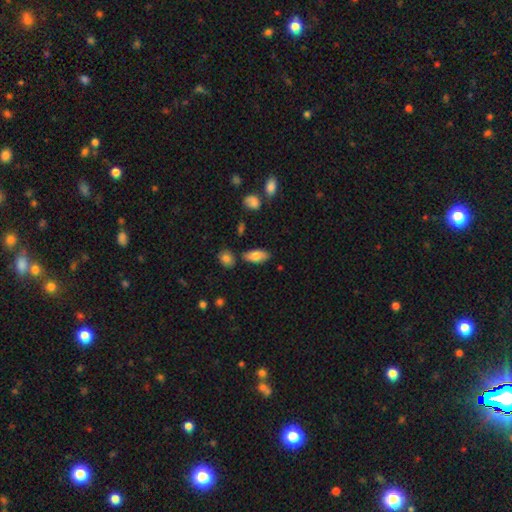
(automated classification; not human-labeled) The model was most divided on "smooth or featured": smooth: 80%, featured or disk: 14%, star or artifact: 7%. More confident: how rounded — in between (90%); merging — none (79%).